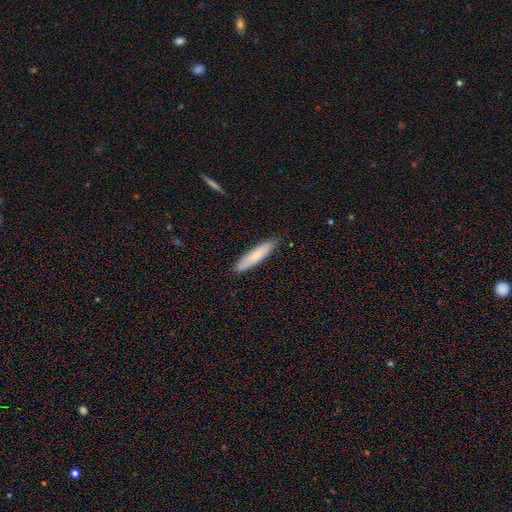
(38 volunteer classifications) Smooth or featured? smooth (61%)
How rounded? cigar-shaped (83%)
Merging? none (94%)